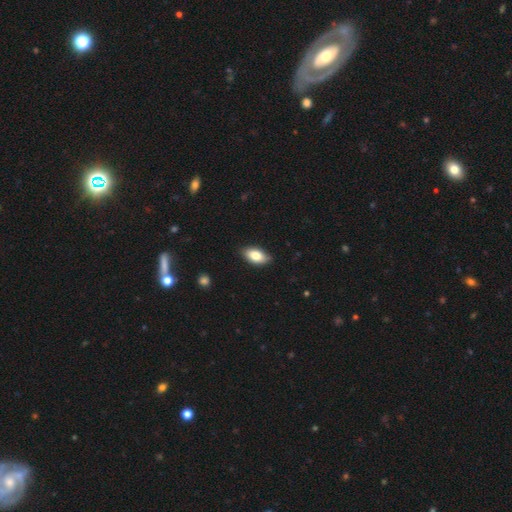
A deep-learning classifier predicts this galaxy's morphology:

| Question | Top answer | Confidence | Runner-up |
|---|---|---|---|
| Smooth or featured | smooth | 80% | featured or disk (14%) |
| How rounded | in between | 92% | cigar-shaped (5%) |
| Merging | none | 85% | minor disturbance (12%) |